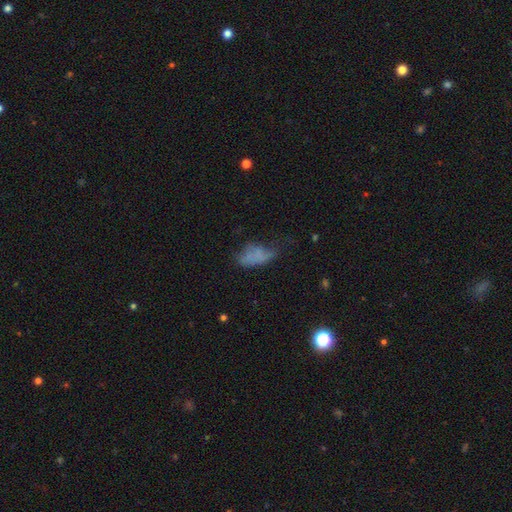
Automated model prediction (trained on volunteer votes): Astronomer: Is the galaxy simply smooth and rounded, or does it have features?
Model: smooth — 59%.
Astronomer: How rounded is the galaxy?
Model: in between — 85%.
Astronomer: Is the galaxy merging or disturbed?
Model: major disturbance — 33% (runner-up: minor disturbance, 32%).